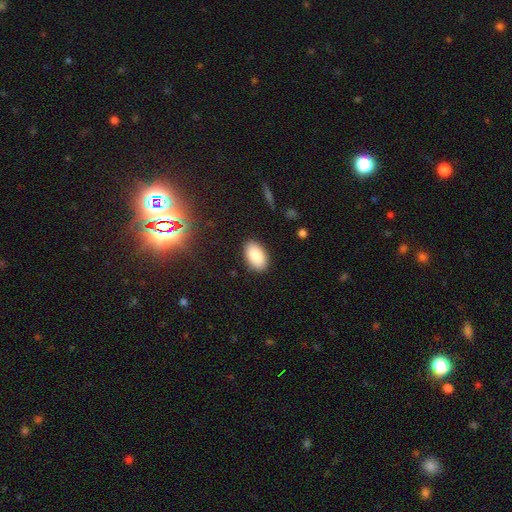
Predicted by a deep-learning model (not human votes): The model was most divided on "merging": none: 87%, minor disturbance: 9%, major disturbance: 2%, merger: 1%. More confident: how rounded — in between (94%); smooth or featured — smooth (88%).